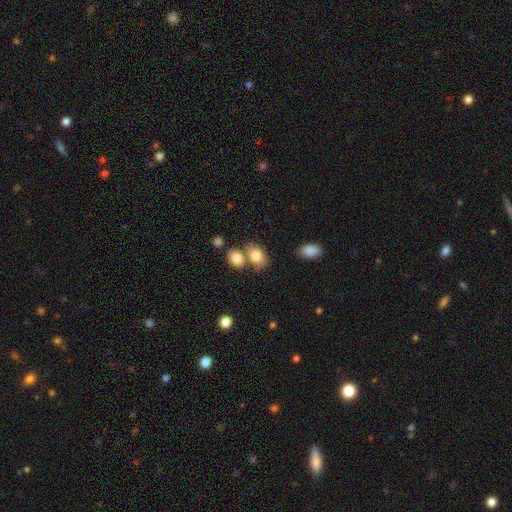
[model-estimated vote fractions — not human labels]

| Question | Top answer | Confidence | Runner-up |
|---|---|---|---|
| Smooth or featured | smooth | 82% | featured or disk (10%) |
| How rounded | in between | 80% | round (19%) |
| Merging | none | 45% | merger (38%) |